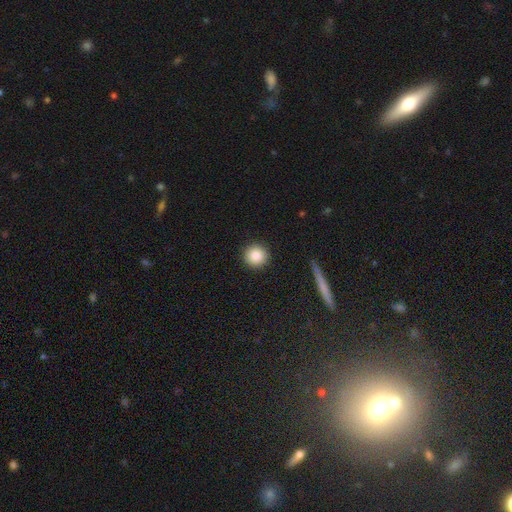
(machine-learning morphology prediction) type=smooth (87%); roundness=round (95%); merging=none (92%).